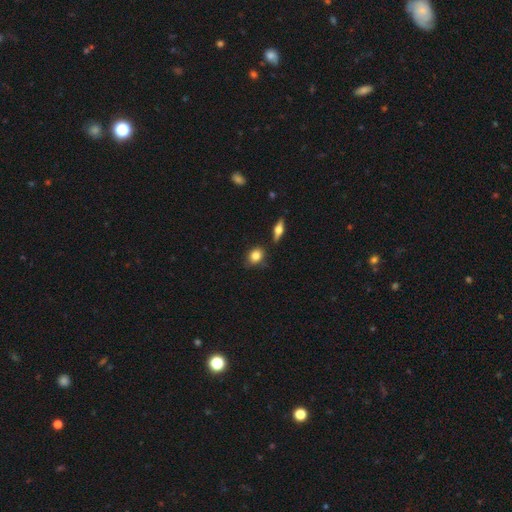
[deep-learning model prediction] Smooth or featured: smooth — 81% (featured or disk — 11%)
How rounded: in between — 56% (round — 41%)
Merging: none — 77% (minor disturbance — 16%)